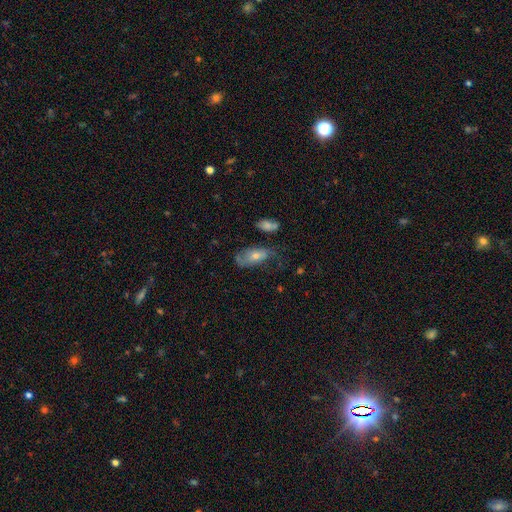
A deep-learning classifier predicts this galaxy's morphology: Smooth or featured? Predicted: featured or disk (p=0.48). Merging? Predicted: none (p=0.50).